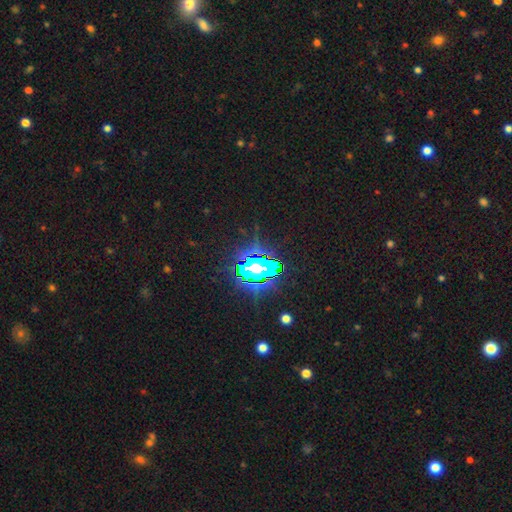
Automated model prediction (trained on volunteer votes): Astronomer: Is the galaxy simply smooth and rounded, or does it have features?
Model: star or artifact — 77%.